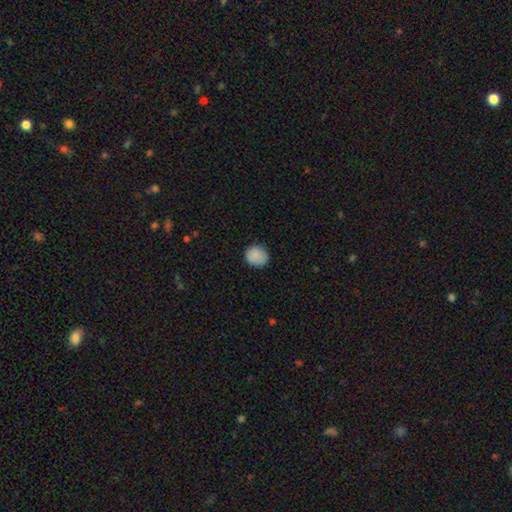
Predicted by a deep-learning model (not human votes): Smooth or featured? Predicted: smooth (p=0.87). How rounded? Predicted: round (p=0.82). Merging? Predicted: none (p=0.83).